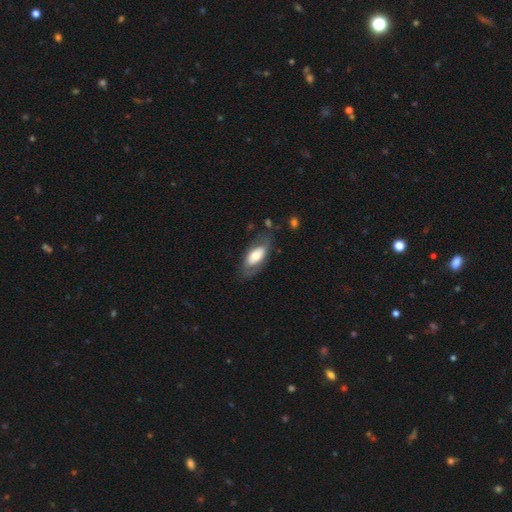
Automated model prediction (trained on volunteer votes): This appears to be a smooth galaxy with no disk features (57%) that is in between round and cigar-shaped (87%). Merging: none (69%).